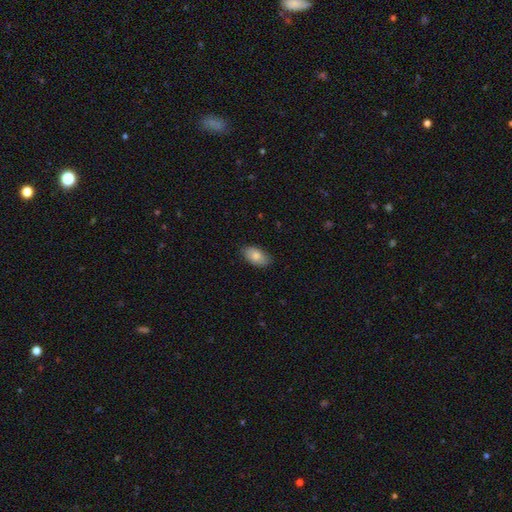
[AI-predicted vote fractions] The model was most divided on "merging": none: 83%, minor disturbance: 13%, major disturbance: 2%, merger: 1%. More confident: how rounded — in between (94%); smooth or featured — smooth (83%).